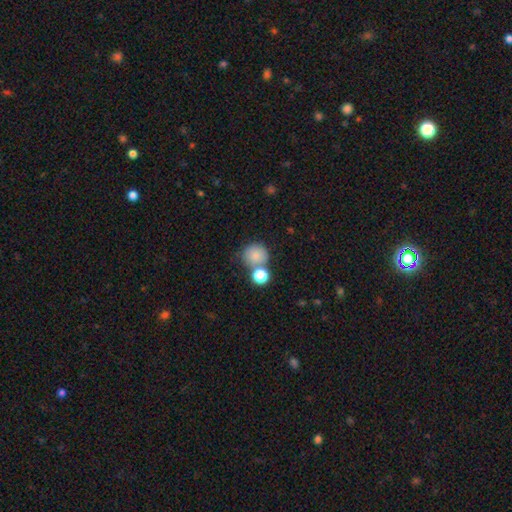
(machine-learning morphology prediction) type=smooth (81%); roundness=round (88%); merging=none (52%).